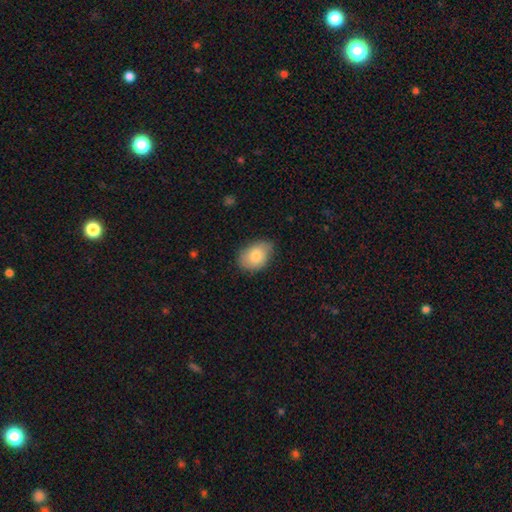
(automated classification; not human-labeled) The model was most divided on "merging": none: 69%, minor disturbance: 26%, major disturbance: 4%, merger: 1%. More confident: how rounded — in between (82%); smooth or featured — smooth (79%).